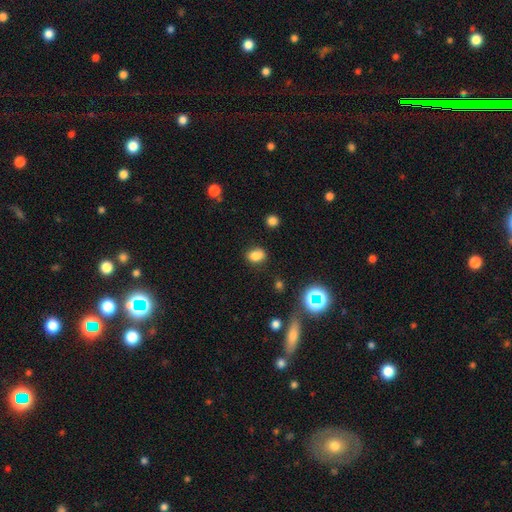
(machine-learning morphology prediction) Overall: smooth (80%). How rounded: in between (68%; round 30%). Merging: none (81%).